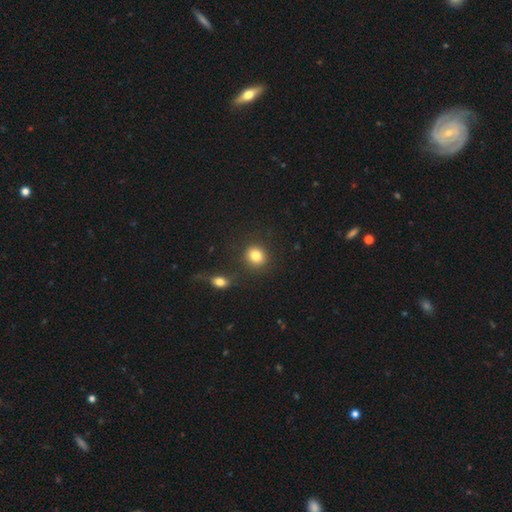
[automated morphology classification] This is clearly a smooth galaxy (83%). How rounded: likely round (78%). Merging: clearly none (80%).